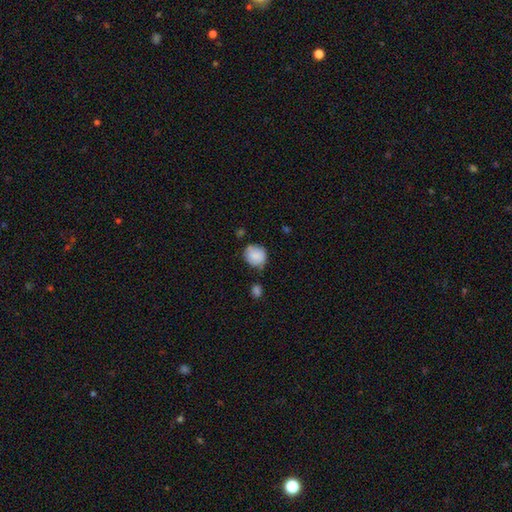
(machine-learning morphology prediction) This is clearly a smooth galaxy (82%). How rounded: likely round (78%). Merging: likely none (67%).